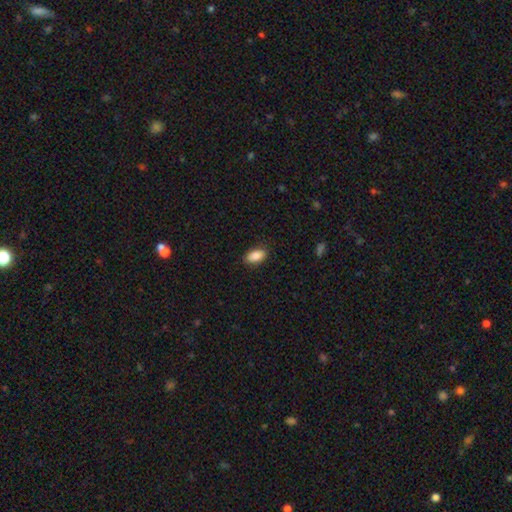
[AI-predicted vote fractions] Smooth or featured: smooth — 87% (star or artifact — 7%)
How rounded: in between — 92% (round — 5%)
Merging: none — 86% (minor disturbance — 11%)